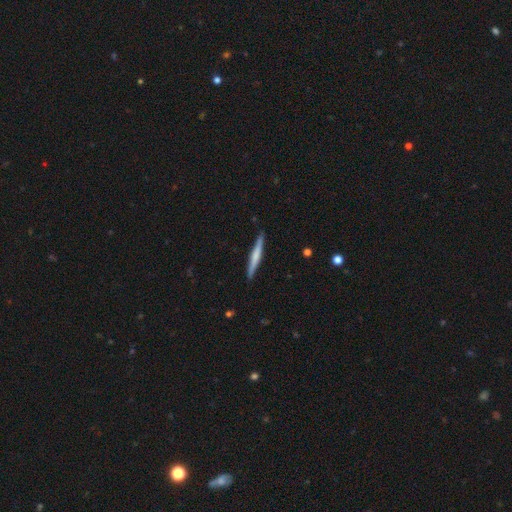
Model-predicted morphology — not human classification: Smooth or featured? Predicted: smooth (p=0.48). Merging? Predicted: none (p=0.90).